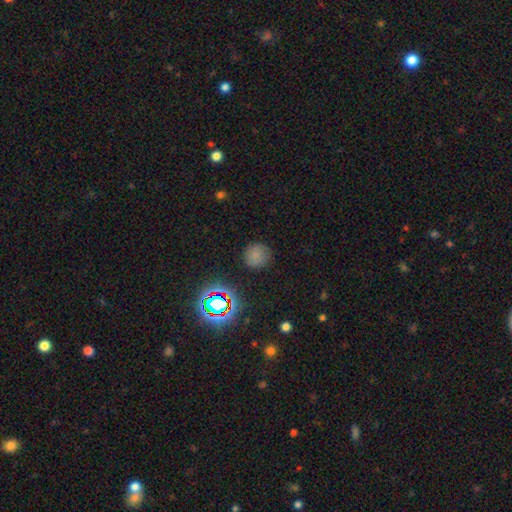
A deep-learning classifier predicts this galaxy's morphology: The model was most divided on "smooth or featured": smooth: 72%, star or artifact: 21%, featured or disk: 8%. More confident: how rounded — round (92%); merging — none (84%).